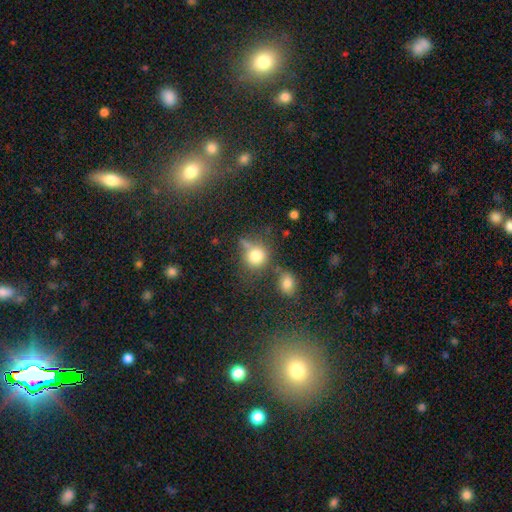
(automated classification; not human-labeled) Smooth or featured? smooth (76%)
How rounded? round (80%)
Merging? none (56%)